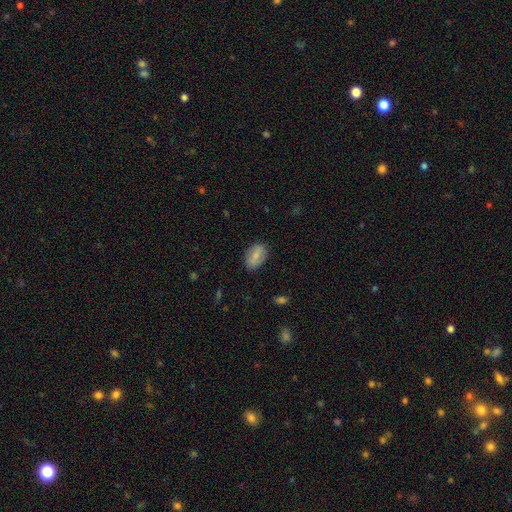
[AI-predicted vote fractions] Smooth or featured? Predicted: smooth (p=0.70). How rounded? Predicted: in between (p=0.89). Merging? Predicted: none (p=0.84).